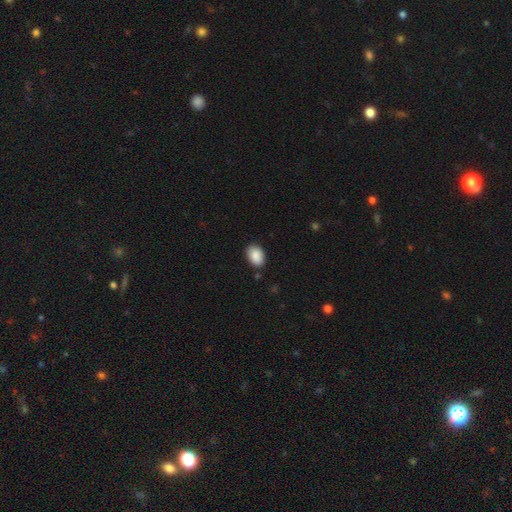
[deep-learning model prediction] Smooth or featured: smooth — 89% (star or artifact — 7%)
How rounded: in between — 85% (round — 14%)
Merging: none — 85% (minor disturbance — 11%)